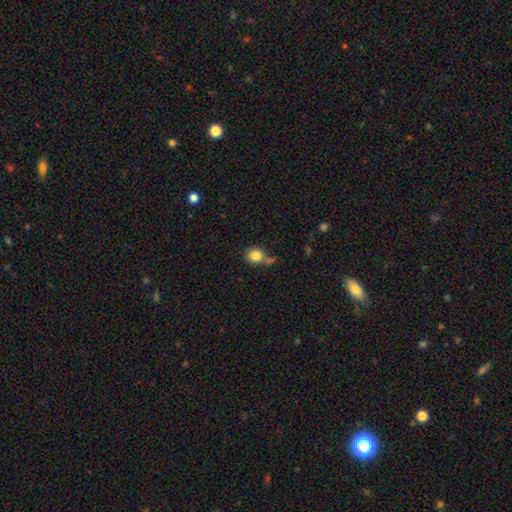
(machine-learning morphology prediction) This appears to be a smooth galaxy with no disk features (84%) that is round (77%). Merging: none (52%).